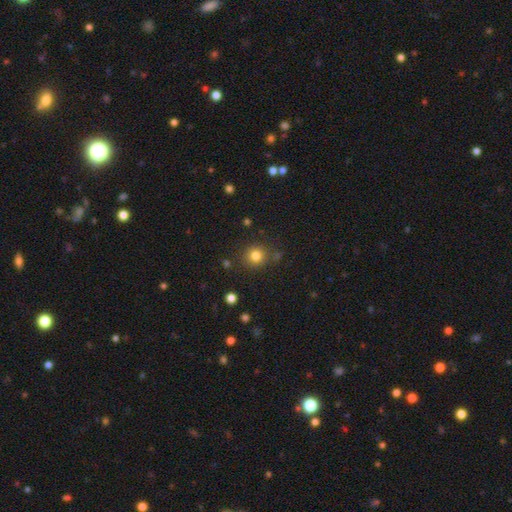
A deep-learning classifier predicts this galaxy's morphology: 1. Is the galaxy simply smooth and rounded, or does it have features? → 81% smooth, 13% star or artifact, 6% featured or disk.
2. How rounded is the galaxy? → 90% round, 9% in between, 1% cigar-shaped.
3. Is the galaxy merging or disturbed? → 83% none, 9% minor disturbance, 5% merger, 3% major disturbance.